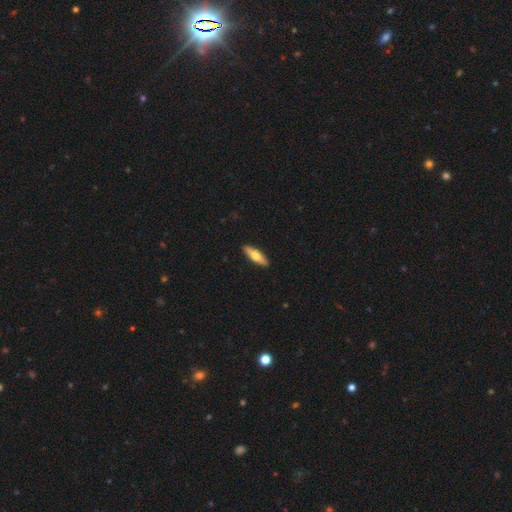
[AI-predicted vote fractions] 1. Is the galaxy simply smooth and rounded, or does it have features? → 52% smooth, 43% featured or disk, 5% star or artifact.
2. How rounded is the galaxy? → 62% cigar-shaped, 36% in between, 2% round.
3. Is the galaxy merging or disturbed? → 91% none, 6% minor disturbance, 1% major disturbance, 1% merger.